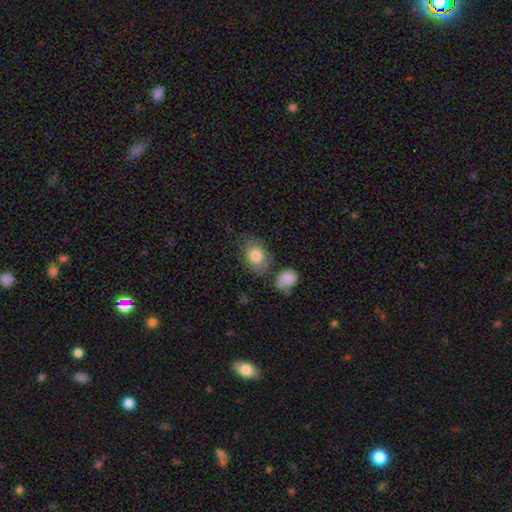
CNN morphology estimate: Smooth or featured? smooth (79%)
How rounded? in between (72%)
Merging? none (58%)